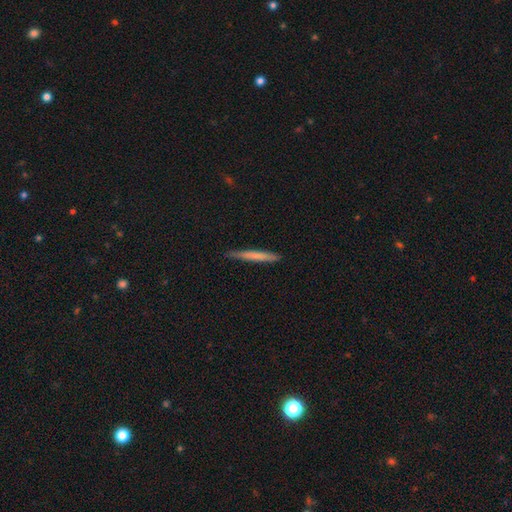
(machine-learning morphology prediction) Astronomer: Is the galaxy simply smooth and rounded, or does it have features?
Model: smooth — 68%.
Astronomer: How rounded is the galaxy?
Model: cigar-shaped — 96%.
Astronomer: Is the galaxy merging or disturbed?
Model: none — 87%.